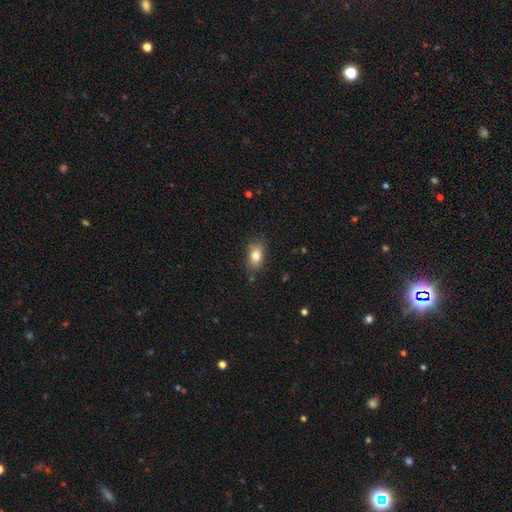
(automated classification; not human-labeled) Smooth or featured?
  - smooth: 81% *
  - featured or disk: 10%
  - star or artifact: 9%
How rounded?
  - in between: 85% *
  - round: 13%
  - cigar-shaped: 3%
Merging?
  - none: 80% *
  - minor disturbance: 15%
  - major disturbance: 3%
  - merger: 2%